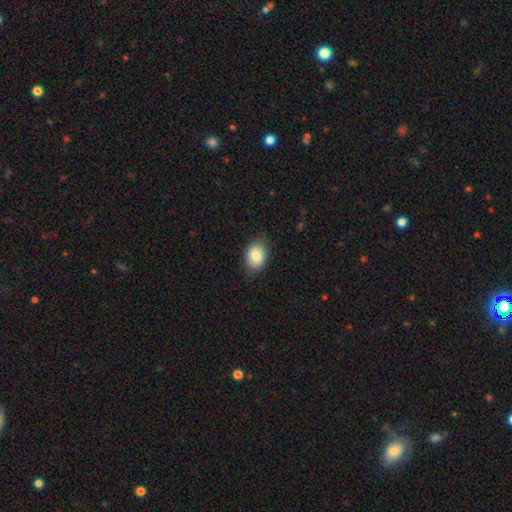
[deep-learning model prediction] Smooth or featured?
  - smooth: 82% *
  - featured or disk: 10%
  - star or artifact: 8%
How rounded?
  - in between: 75% *
  - round: 24%
  - cigar-shaped: 1%
Merging?
  - none: 83% *
  - minor disturbance: 13%
  - major disturbance: 3%
  - merger: 1%